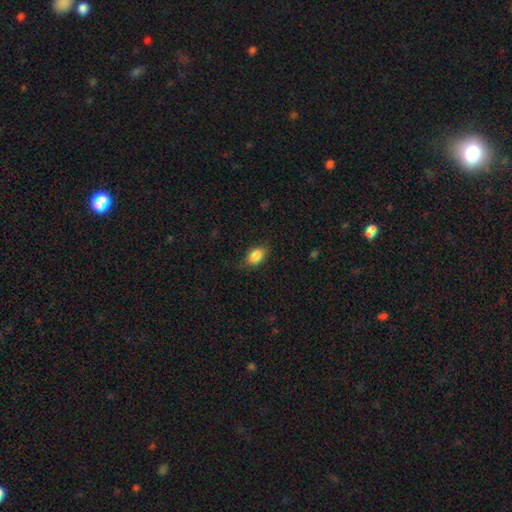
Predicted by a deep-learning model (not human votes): The model was most divided on "merging": none: 79%, minor disturbance: 16%, major disturbance: 4%, merger: 1%. More confident: smooth or featured — smooth (87%); how rounded — in between (81%).